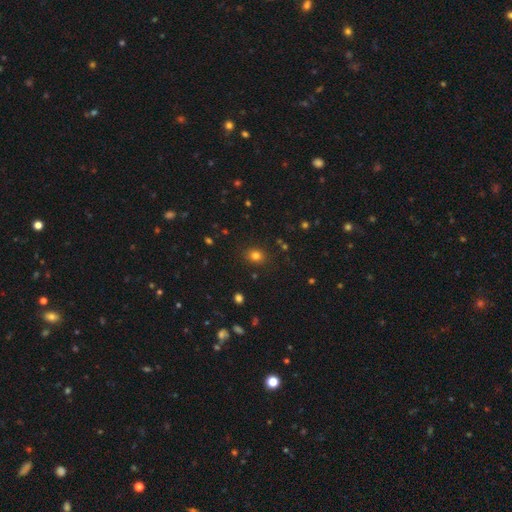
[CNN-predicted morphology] Smooth or featured? smooth (78%)
How rounded? round (67%)
Merging? none (87%)